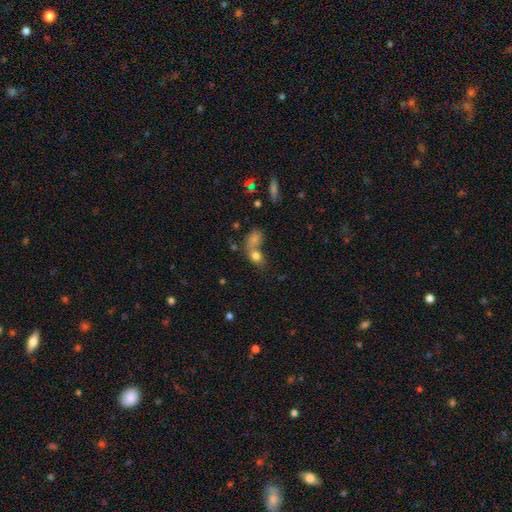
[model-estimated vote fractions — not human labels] Overall: smooth (77%). How rounded: in between (59%; round 38%). Merging: merger (61%; none 26%).